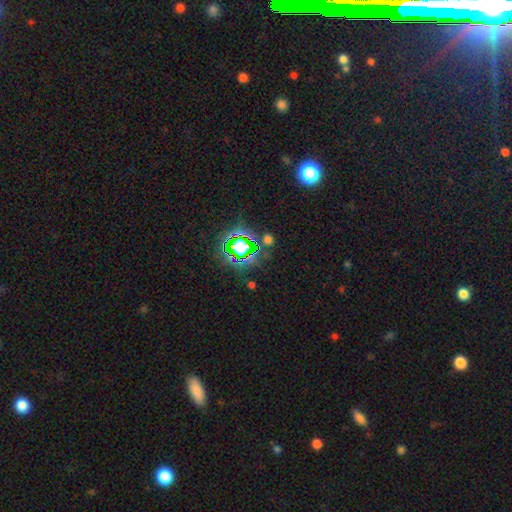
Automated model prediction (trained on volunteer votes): A star or artifact, not a galaxy (75%).